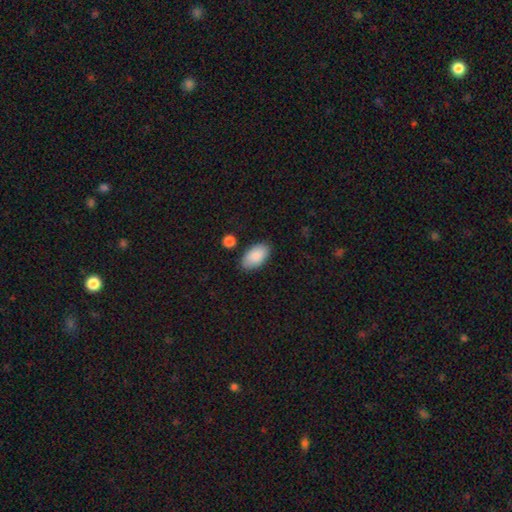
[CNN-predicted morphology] This is clearly a smooth galaxy (89%). How rounded: clearly in between (95%). Merging: clearly none (83%).